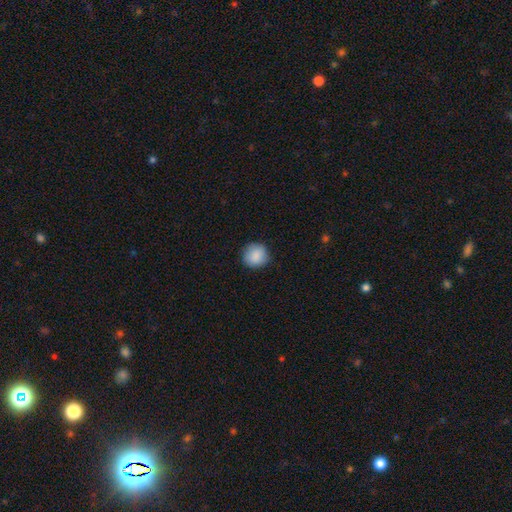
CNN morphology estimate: smooth-or-featured: smooth: 88% | star or artifact: 7% | featured or disk: 4%
  how-rounded: round: 91% | in between: 8% | cigar-shaped: 1%
  merging: none: 86% | minor disturbance: 10% | major disturbance: 2% | merger: 1%